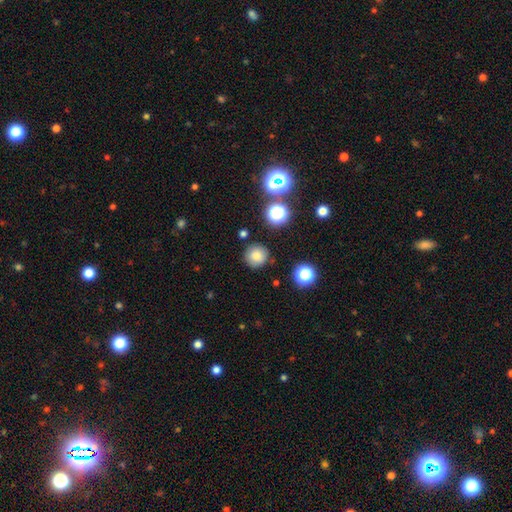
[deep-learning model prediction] This is likely a smooth galaxy (79%). How rounded: clearly round (95%). Merging: clearly none (87%).